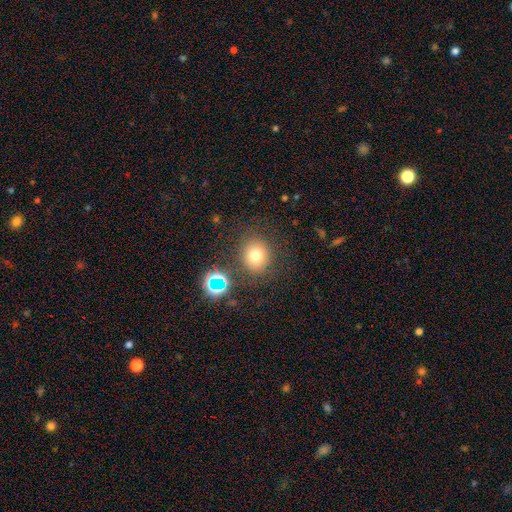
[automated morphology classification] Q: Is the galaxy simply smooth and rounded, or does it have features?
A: smooth — 74%.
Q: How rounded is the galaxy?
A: round — 80%.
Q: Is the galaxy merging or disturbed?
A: none — 81%.